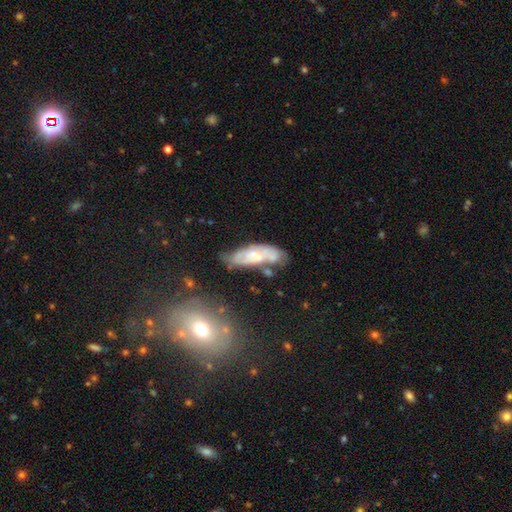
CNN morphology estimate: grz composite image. It shows a featured or disk galaxy (55%). Merging: none (48%).